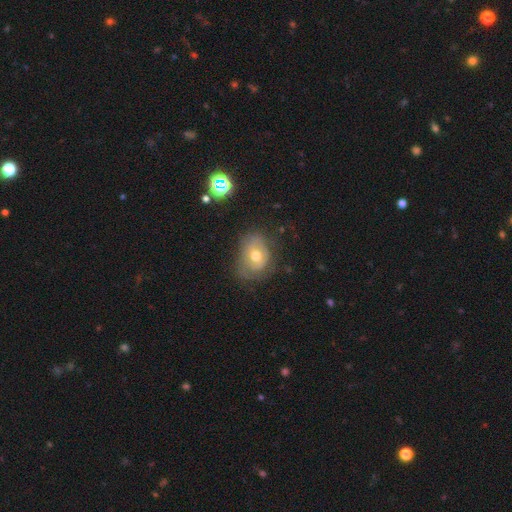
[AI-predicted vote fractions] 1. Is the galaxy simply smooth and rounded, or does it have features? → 48% featured or disk, 41% smooth, 11% star or artifact.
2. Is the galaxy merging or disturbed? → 55% none, 29% minor disturbance, 14% major disturbance, 2% merger.